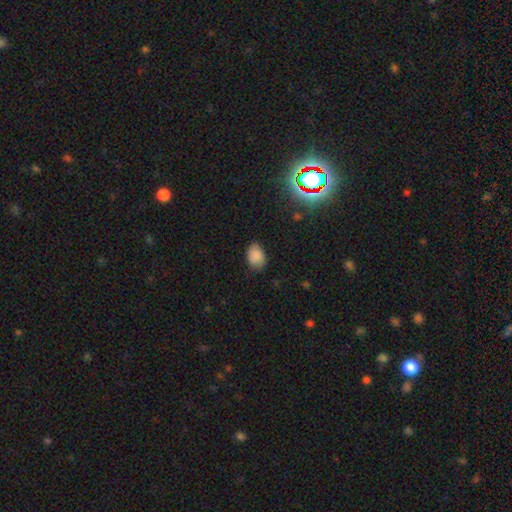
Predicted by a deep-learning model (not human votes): Overall: smooth (83%). How rounded: in between (73%). Merging: none (71%).